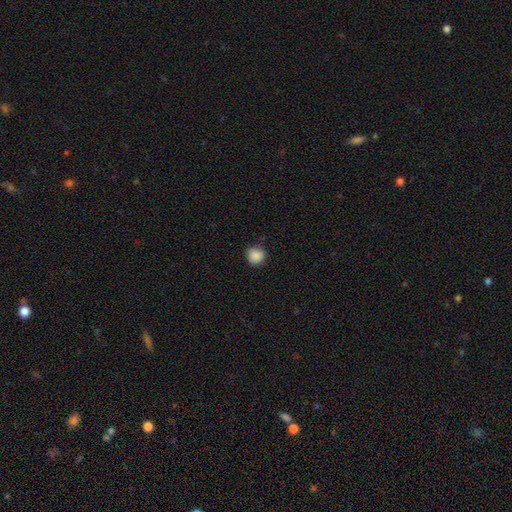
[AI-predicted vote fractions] Smooth or featured? smooth (88%)
How rounded? round (92%)
Merging? none (84%)